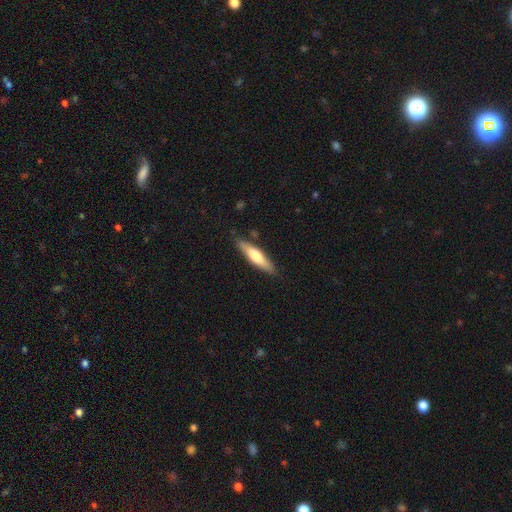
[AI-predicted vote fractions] A smooth galaxy with no disk features (56%) that is cigar-shaped (77%).

Vote fractions:
- Smooth or featured? smooth: 56% / featured or disk: 39% / star or artifact: 5%
- How rounded? cigar-shaped: 77% / in between: 22% / round: 1%
- Merging? none: 84% / minor disturbance: 12% / major disturbance: 2% / merger: 2%